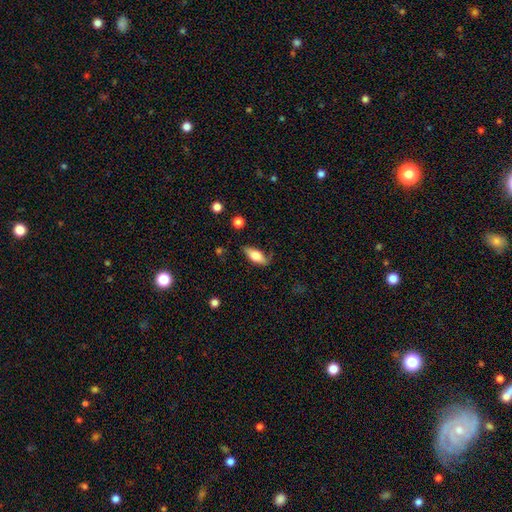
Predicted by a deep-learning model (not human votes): A smooth galaxy with no disk features (71%) that is in between round and cigar-shaped (78%). Merging: none (76%).